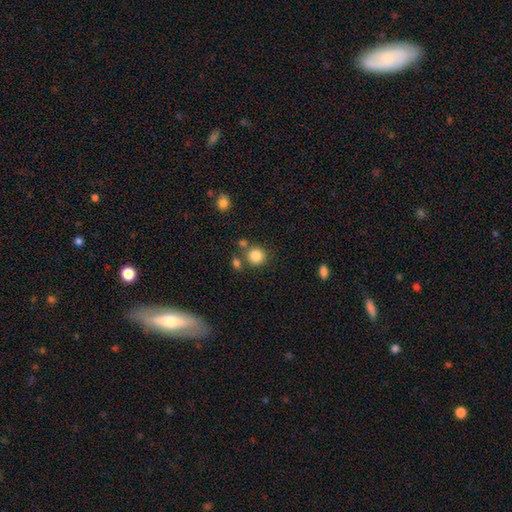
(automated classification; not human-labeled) A smooth galaxy with no disk features (84%) that is round (89%). Merging: none (72%).